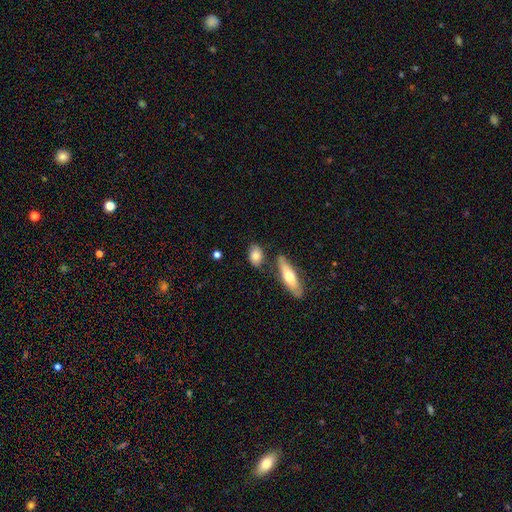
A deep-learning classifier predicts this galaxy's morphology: smooth-or-featured: smooth: 77% | featured or disk: 17% | star or artifact: 6%
  how-rounded: in between: 77% | round: 15% | cigar-shaped: 8%
  merging: none: 72% | minor disturbance: 15% | merger: 10% | major disturbance: 4%